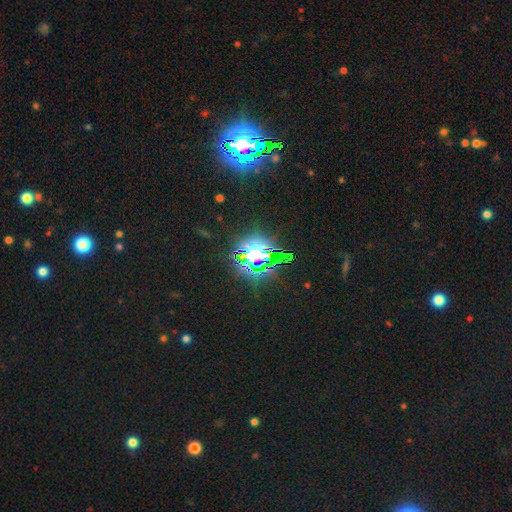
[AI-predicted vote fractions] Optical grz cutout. It shows a star or artifact, not a galaxy (76%).